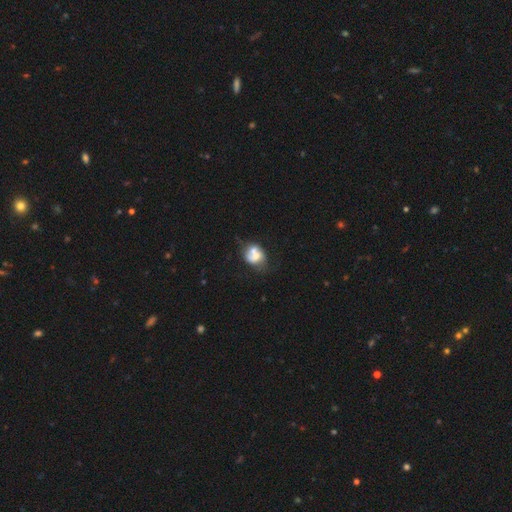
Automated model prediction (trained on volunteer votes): This appears to be a smooth galaxy with no disk features (52%) that is round (52%). Merging: merger (53%).